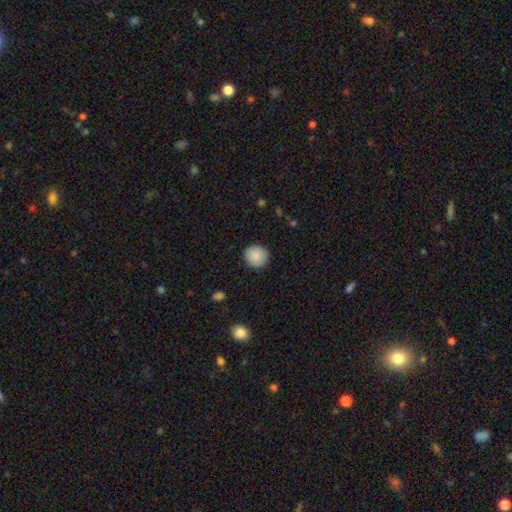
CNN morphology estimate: This is clearly a smooth galaxy (88%). How rounded: clearly round (91%). Merging: clearly none (90%).